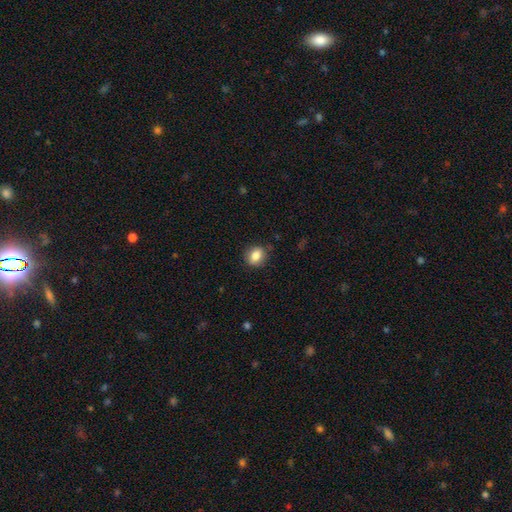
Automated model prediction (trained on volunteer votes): Q: Smooth or featured?
A: smooth (83%); runner-up: star or artifact (9%)
Q: How rounded?
A: round (58%); runner-up: in between (40%)
Q: Merging?
A: none (84%); runner-up: minor disturbance (12%)